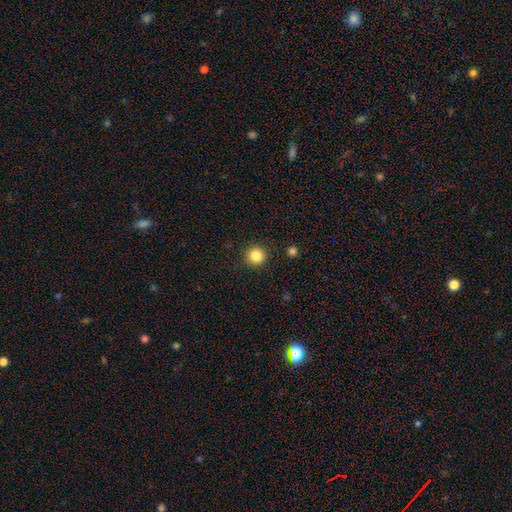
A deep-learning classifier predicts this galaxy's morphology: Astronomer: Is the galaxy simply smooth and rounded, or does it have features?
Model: smooth — 84%.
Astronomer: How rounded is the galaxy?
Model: round — 94%.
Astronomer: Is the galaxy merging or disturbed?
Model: none — 92%.